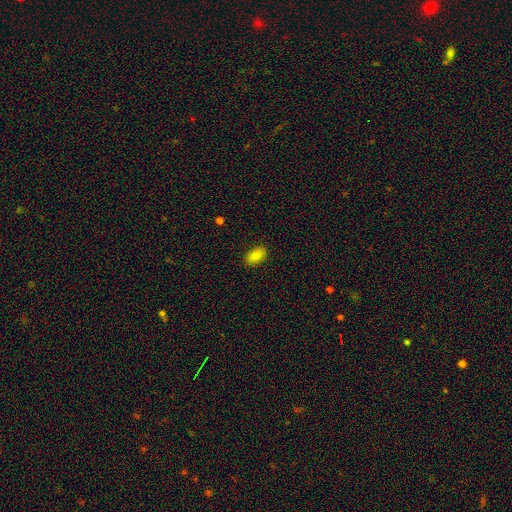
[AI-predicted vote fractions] Smooth or featured: smooth — 84% (star or artifact — 9%)
How rounded: in between — 92% (round — 6%)
Merging: none — 88% (minor disturbance — 9%)